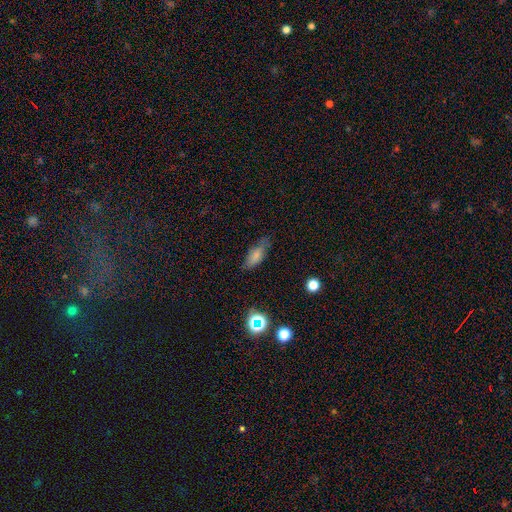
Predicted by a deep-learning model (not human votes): Overall: smooth (74%). How rounded: in between (70%). Merging: none (68%).